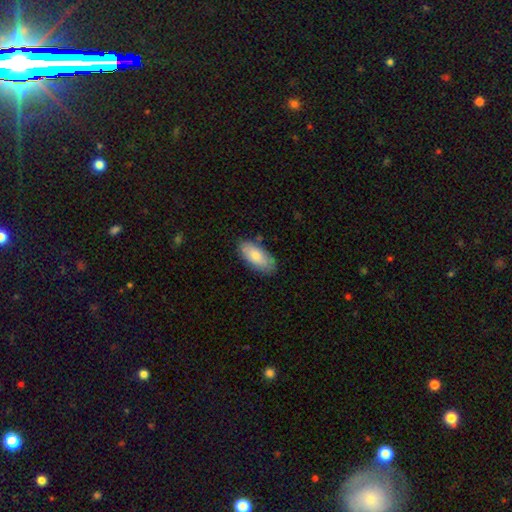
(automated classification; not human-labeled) This appears to be a smooth galaxy with no disk features (77%) that is in between round and cigar-shaped (90%). Merging: none (79%).